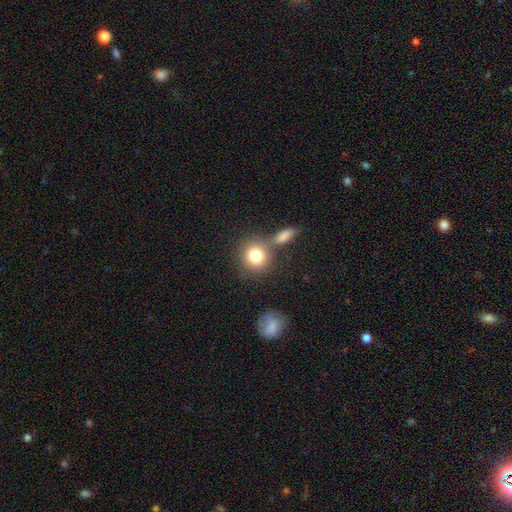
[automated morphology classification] Q: Smooth or featured?
A: smooth (81%); runner-up: featured or disk (10%)
Q: How rounded?
A: round (86%); runner-up: in between (13%)
Q: Merging?
A: none (60%); runner-up: merger (25%)